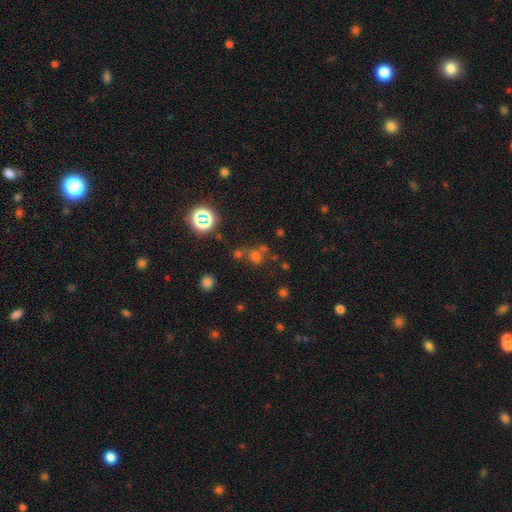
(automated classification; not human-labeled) Smooth or featured? smooth (52%)
How rounded? round (79%)
Merging? none (55%)